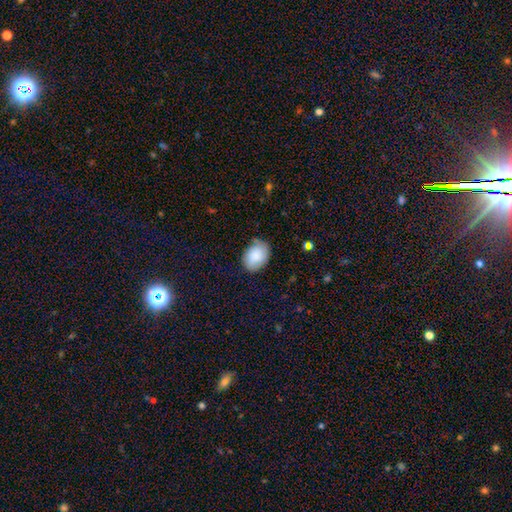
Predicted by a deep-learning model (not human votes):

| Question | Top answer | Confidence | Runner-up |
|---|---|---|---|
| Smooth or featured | smooth | 82% | featured or disk (11%) |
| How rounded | in between | 77% | round (22%) |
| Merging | none | 75% | minor disturbance (19%) |